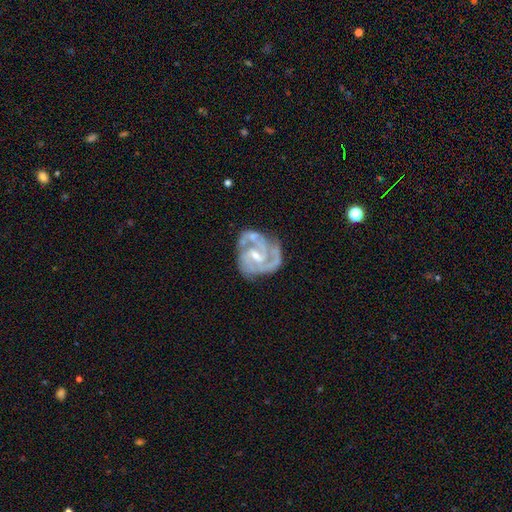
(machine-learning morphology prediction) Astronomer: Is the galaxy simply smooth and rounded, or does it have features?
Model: featured or disk — 90%.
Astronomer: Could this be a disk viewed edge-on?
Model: no — 98%.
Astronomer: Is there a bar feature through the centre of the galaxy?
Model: weak — 48% (runner-up: no, 36%).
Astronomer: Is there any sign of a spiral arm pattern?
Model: yes — 97%.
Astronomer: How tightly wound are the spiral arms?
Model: tight — 53% (runner-up: medium, 40%).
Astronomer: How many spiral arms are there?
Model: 3 — 39% (runner-up: 2, 37%).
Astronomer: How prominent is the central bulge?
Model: small — 51% (runner-up: moderate, 44%).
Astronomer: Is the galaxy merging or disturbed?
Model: none — 52%.